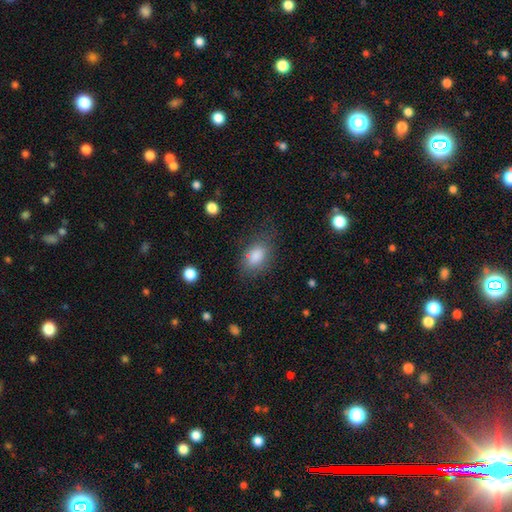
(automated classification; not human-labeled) smooth_or_featured: smooth (p=0.82) [alt: star or artifact p=0.09]
how_rounded: in between (p=0.85) [alt: round p=0.12]
merging: none (p=0.70) [alt: minor disturbance p=0.18]